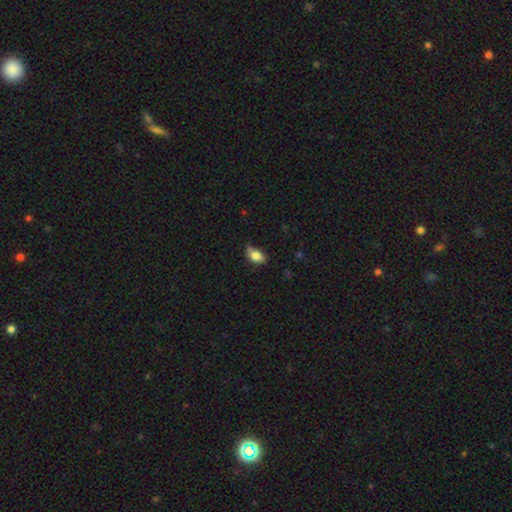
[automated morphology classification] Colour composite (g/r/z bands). It shows a smooth galaxy with no disk features (83%) that is in between round and cigar-shaped (87%). Merging: none (56%).